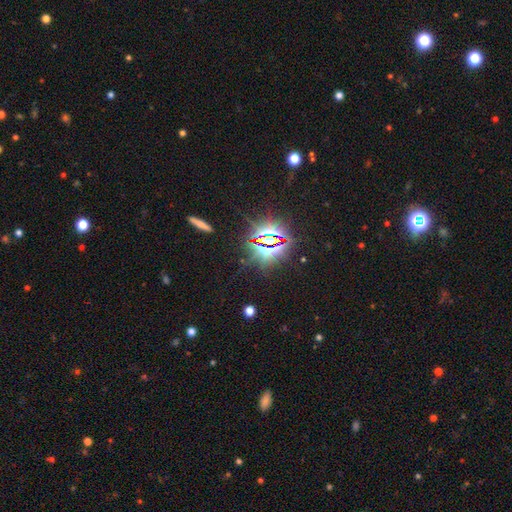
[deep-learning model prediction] Morphology: type=star or artifact (83%).